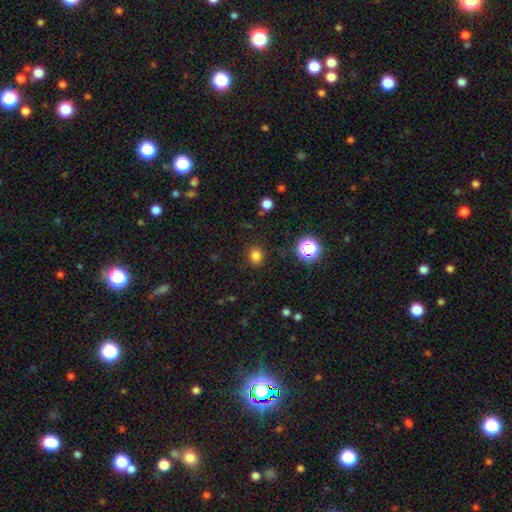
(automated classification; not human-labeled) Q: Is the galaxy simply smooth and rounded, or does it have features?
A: smooth — 79%.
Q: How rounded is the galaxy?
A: round — 70%.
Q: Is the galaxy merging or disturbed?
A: none — 86%.